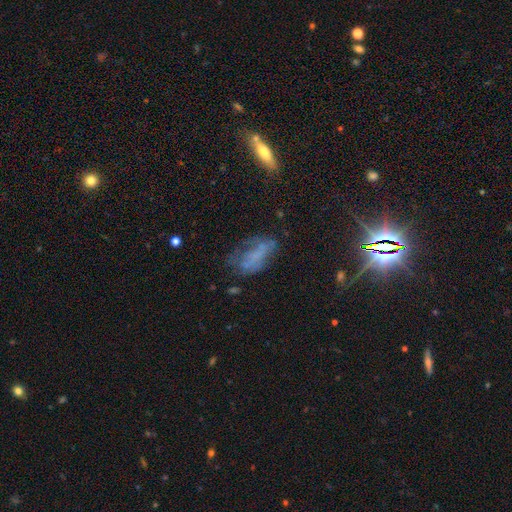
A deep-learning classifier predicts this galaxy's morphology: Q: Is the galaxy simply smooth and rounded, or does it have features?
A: featured or disk — 40%.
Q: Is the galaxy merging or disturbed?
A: none — 40%.